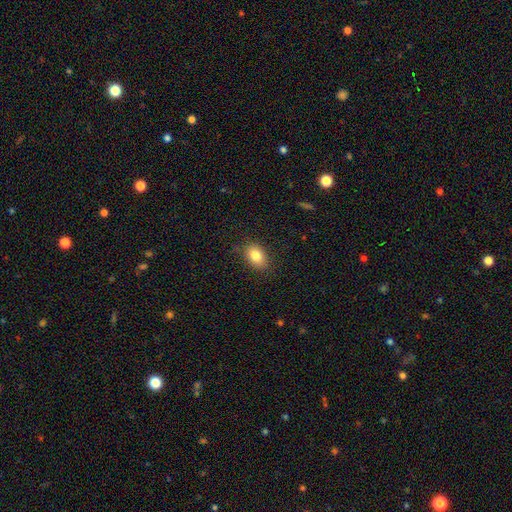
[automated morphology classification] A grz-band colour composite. It shows a smooth galaxy with no disk features (82%) that is in between round and cigar-shaped (82%). Merging: none (86%).